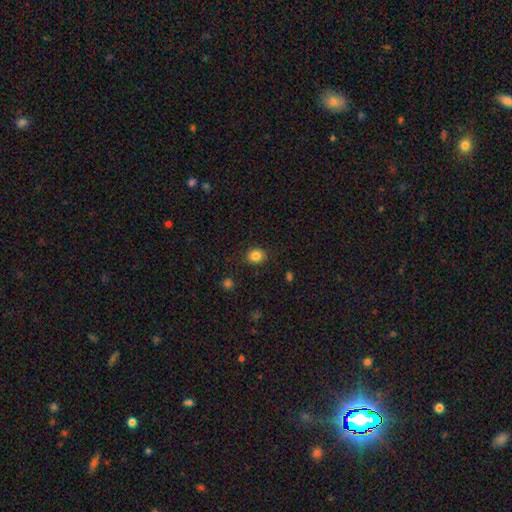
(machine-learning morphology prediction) type=smooth (84%); roundness=round (63%); merging=none (87%).